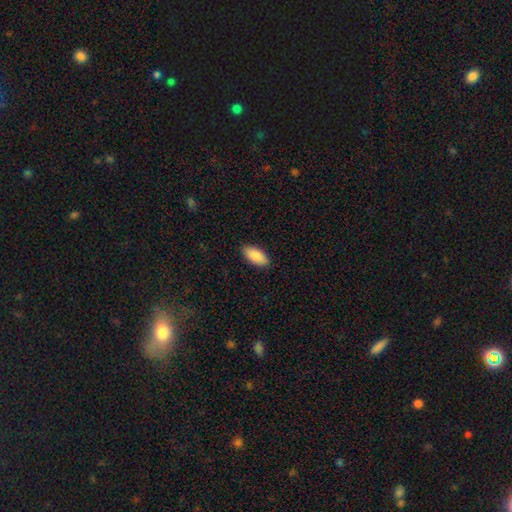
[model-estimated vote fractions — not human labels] Smooth or featured? smooth (90%)
How rounded? in between (92%)
Merging? none (89%)